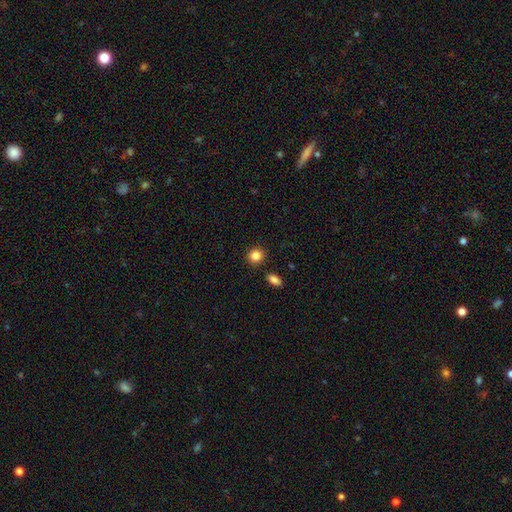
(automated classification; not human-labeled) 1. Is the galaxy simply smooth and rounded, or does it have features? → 86% smooth, 10% star or artifact, 5% featured or disk.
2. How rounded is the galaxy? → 85% round, 14% in between, 1% cigar-shaped.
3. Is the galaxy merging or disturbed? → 88% none, 7% minor disturbance, 4% merger, 2% major disturbance.